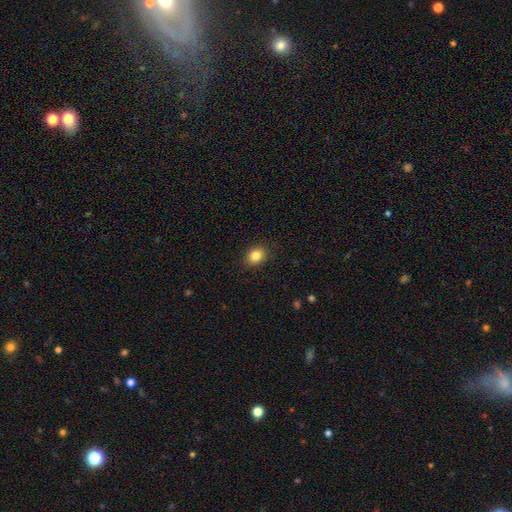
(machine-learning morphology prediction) Smooth or featured?
  - smooth: 85% *
  - star or artifact: 10%
  - featured or disk: 6%
How rounded?
  - round: 51% *
  - in between: 48%
  - cigar-shaped: 1%
Merging?
  - none: 89% *
  - minor disturbance: 8%
  - major disturbance: 2%
  - merger: 1%